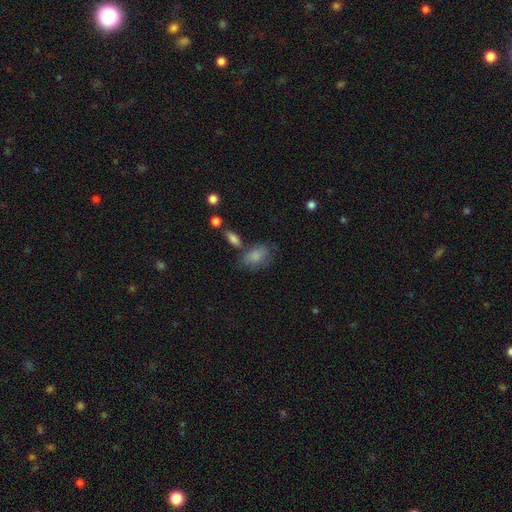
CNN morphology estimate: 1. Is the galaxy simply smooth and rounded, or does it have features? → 82% smooth, 10% featured or disk, 7% star or artifact.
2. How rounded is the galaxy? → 84% in between, 14% round, 2% cigar-shaped.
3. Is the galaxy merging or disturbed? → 54% none, 22% minor disturbance, 15% merger, 9% major disturbance.